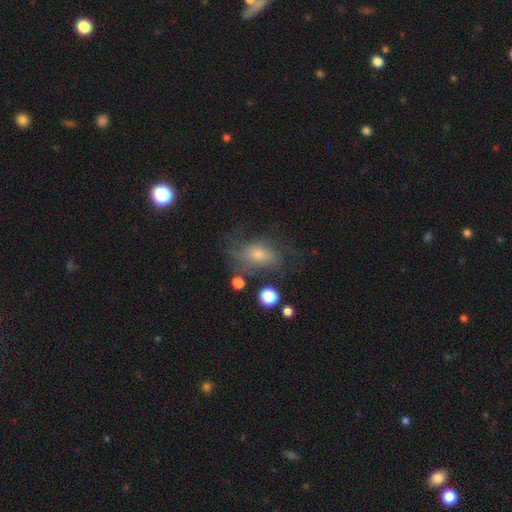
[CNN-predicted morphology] A featured or disk galaxy (45%). Merging: none (50%).